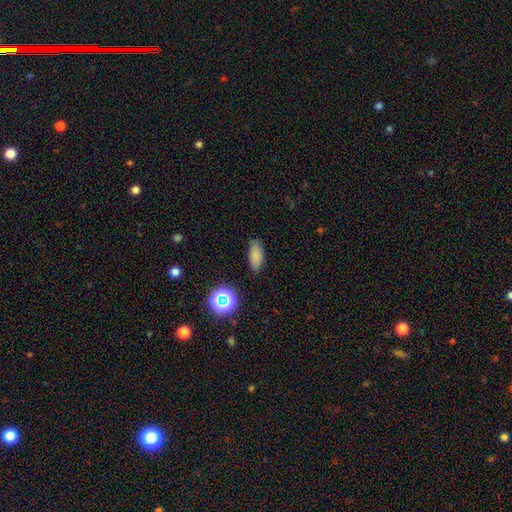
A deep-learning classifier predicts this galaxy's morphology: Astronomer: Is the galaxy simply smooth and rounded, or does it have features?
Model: smooth — 81%.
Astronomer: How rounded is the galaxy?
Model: in between — 81%.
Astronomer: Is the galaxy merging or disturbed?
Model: none — 84%.